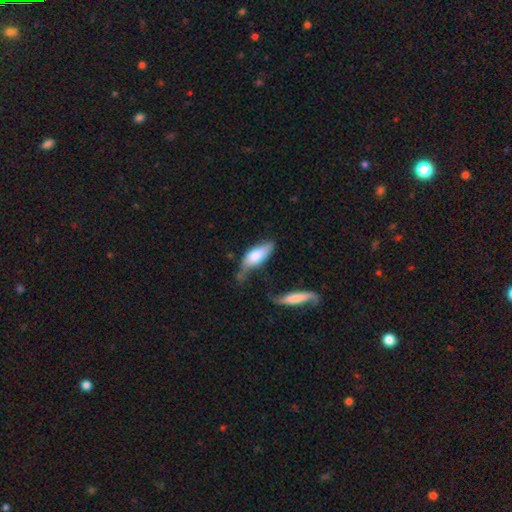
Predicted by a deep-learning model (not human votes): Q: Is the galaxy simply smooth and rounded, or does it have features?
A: smooth — 71%.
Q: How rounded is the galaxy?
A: in between — 73%.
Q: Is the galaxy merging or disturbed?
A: minor disturbance — 37%, tied with none.